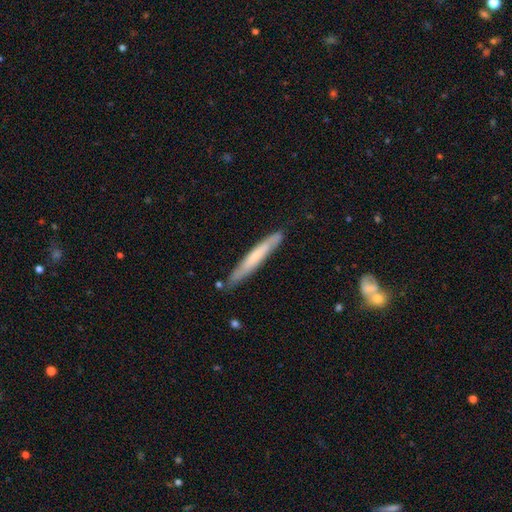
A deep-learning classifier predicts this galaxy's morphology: Q: Smooth or featured?
A: smooth (53%); runner-up: featured or disk (42%)
Q: How rounded?
A: cigar-shaped (95%); runner-up: in between (4%)
Q: Merging?
A: none (80%); runner-up: minor disturbance (15%)